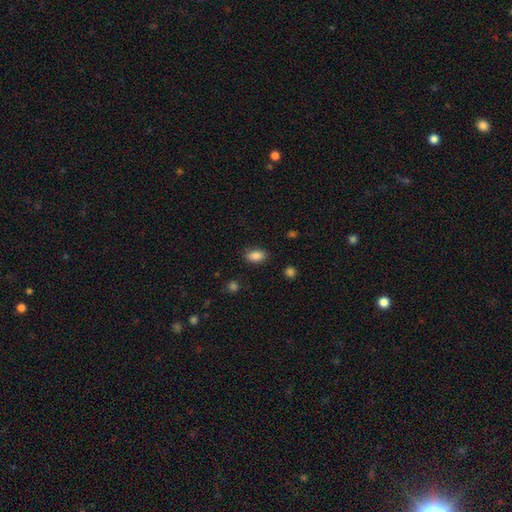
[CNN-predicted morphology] Q: Smooth or featured?
A: smooth (86%); runner-up: star or artifact (9%)
Q: How rounded?
A: in between (90%); runner-up: round (7%)
Q: Merging?
A: none (86%); runner-up: minor disturbance (10%)